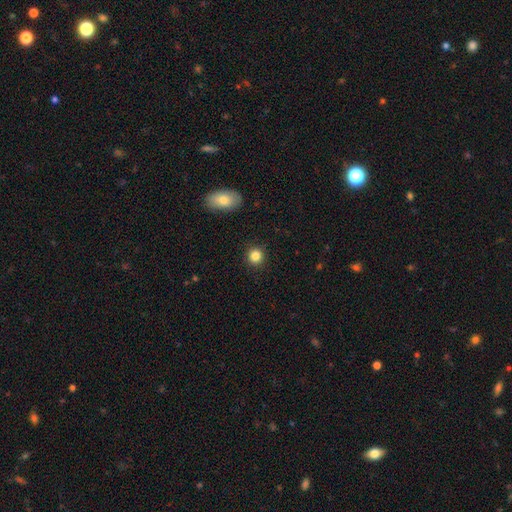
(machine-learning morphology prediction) Overall: smooth (85%). How rounded: round (91%). Merging: none (91%).